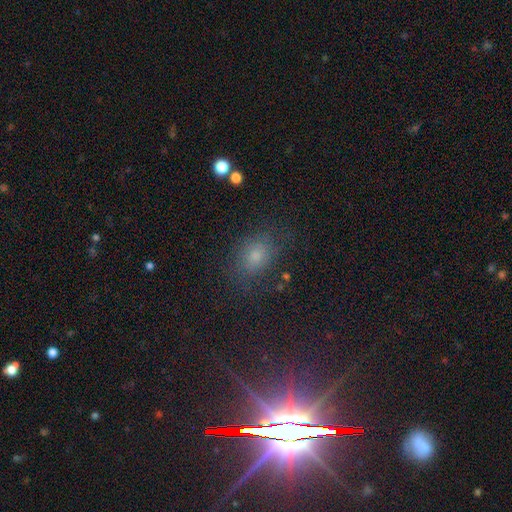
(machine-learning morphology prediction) type=smooth (67%); roundness=in between (57%); merging=none (74%).